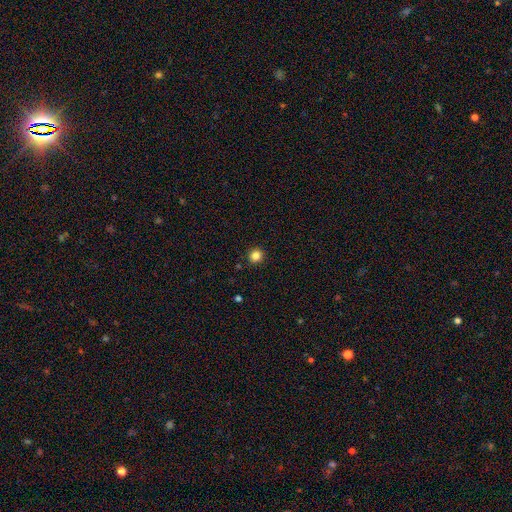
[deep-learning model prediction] This is clearly a smooth galaxy (83%). How rounded: clearly round (93%). Merging: clearly none (92%).